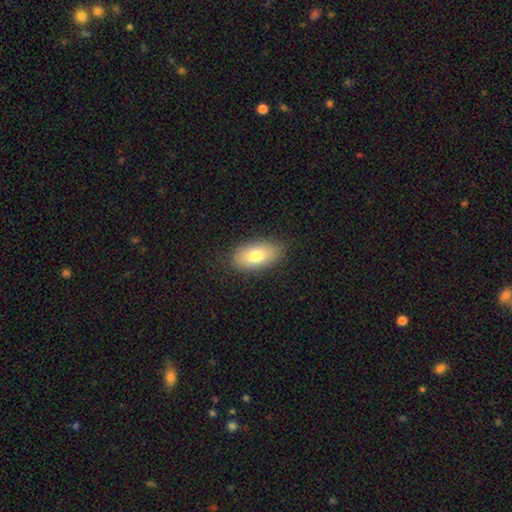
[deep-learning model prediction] Smooth or featured: smooth — 78% (featured or disk — 15%)
How rounded: in between — 91% (cigar-shaped — 5%)
Merging: none — 85% (minor disturbance — 11%)